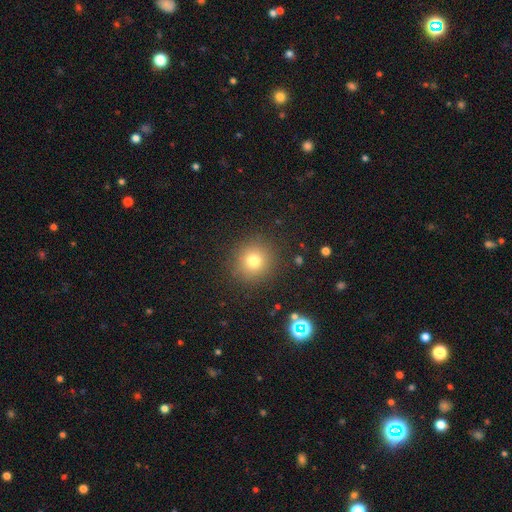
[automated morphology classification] Smooth or featured?
  - smooth: 63% *
  - star or artifact: 30%
  - featured or disk: 7%
How rounded?
  - round: 94% *
  - in between: 5%
  - cigar-shaped: 1%
Merging?
  - none: 91% *
  - minor disturbance: 5%
  - major disturbance: 2%
  - merger: 2%